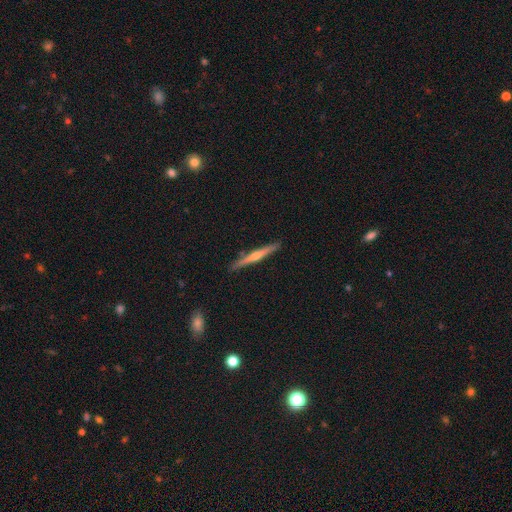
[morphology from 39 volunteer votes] A featured or disk galaxy (79%) viewed edge-on (100%) with a rounded central bulge (81%).

Vote fractions:
- Smooth or featured? featured or disk: 79% / smooth: 13% / star or artifact: 8%
- Edge-on disk? yes: 100% / no: 0%
- Edge-on bulge? rounded: 81% / none: 16% / boxy: 3%
- Merging? none: 100% / minor disturbance: 0% / major disturbance: 0% / merger: 0%